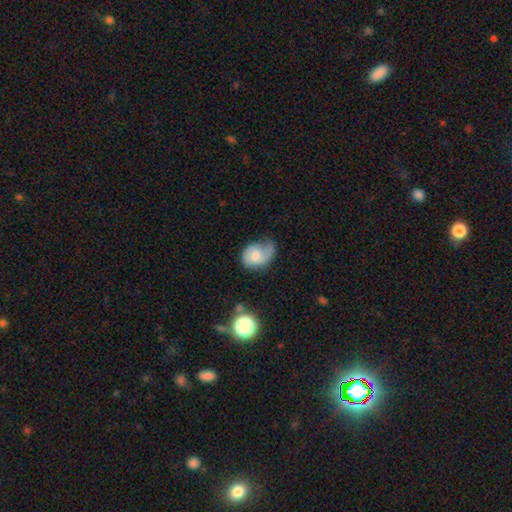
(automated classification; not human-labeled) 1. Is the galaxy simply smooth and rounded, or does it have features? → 53% smooth, 38% featured or disk, 8% star or artifact.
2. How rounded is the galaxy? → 65% in between, 34% round, 1% cigar-shaped.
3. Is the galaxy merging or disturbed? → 37% minor disturbance, 30% none, 30% major disturbance, 3% merger.